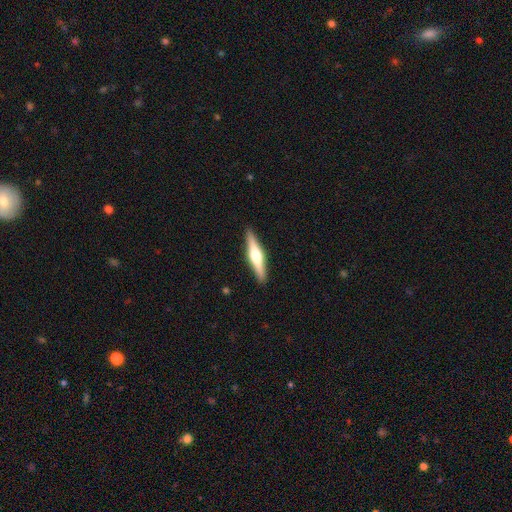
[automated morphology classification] smooth_or_featured: featured or disk (p=0.63) [alt: smooth p=0.32]
disk_edge_on: yes (p=0.97) [alt: no p=0.03]
edge_on_bulge: rounded (p=0.91) [alt: boxy p=0.06]
merging: none (p=0.91) [alt: minor disturbance p=0.06]